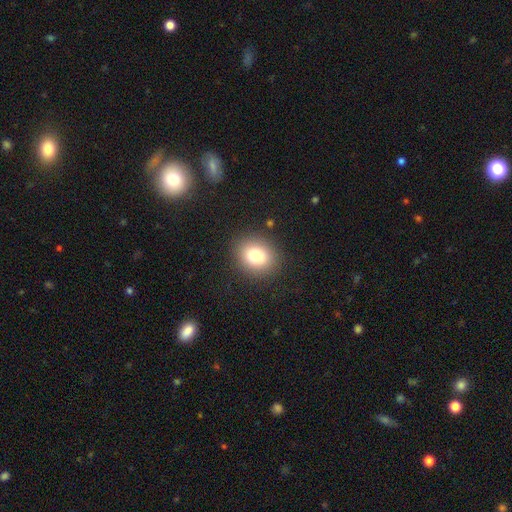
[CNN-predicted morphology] Overall: smooth (81%). How rounded: round (66%; in between 34%). Merging: none (88%).